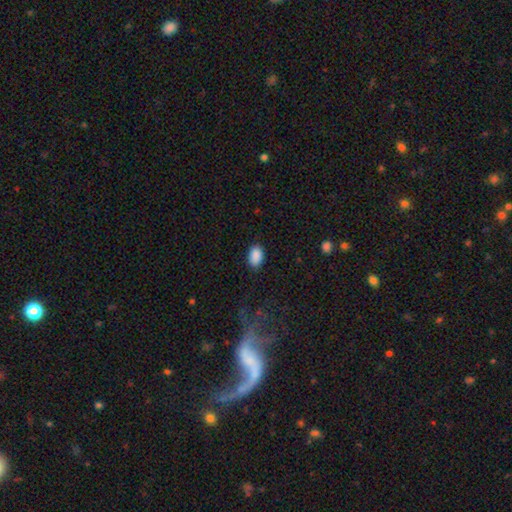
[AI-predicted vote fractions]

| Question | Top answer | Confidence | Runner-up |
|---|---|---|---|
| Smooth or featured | smooth | 89% | star or artifact (8%) |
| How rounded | in between | 88% | round (11%) |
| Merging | none | 85% | minor disturbance (11%) |